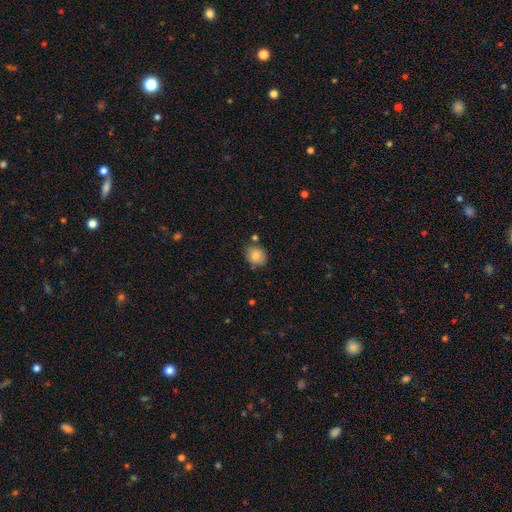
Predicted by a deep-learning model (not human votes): A smooth galaxy with no disk features (78%) that is round (68%). Merging: none (76%).